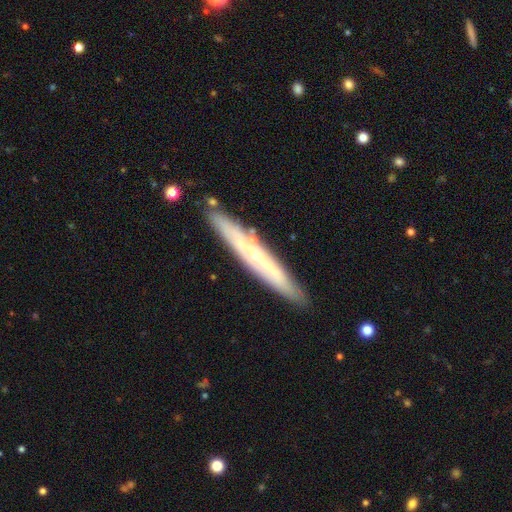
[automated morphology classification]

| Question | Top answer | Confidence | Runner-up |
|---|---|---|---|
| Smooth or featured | featured or disk | 65% | smooth (29%) |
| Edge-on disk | yes | 83% | no (17%) |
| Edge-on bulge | rounded | 52% | none (44%) |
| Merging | none | 83% | minor disturbance (11%) |